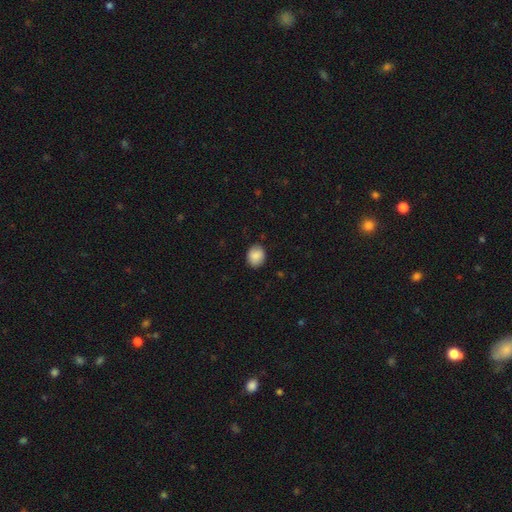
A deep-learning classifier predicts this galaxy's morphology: type=smooth (88%); roundness=round (57%); merging=none (86%).